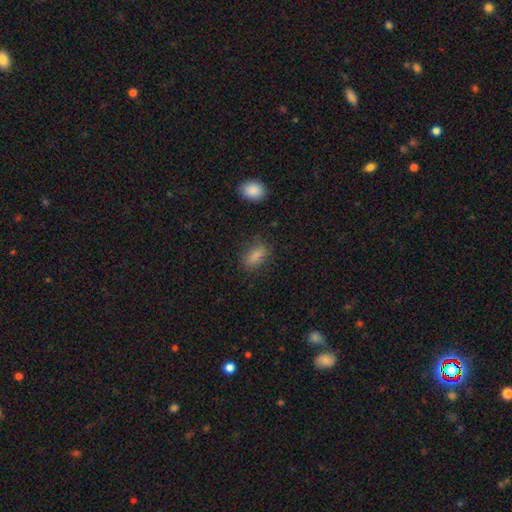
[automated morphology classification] Smooth or featured? smooth (84%)
How rounded? in between (84%)
Merging? none (78%)